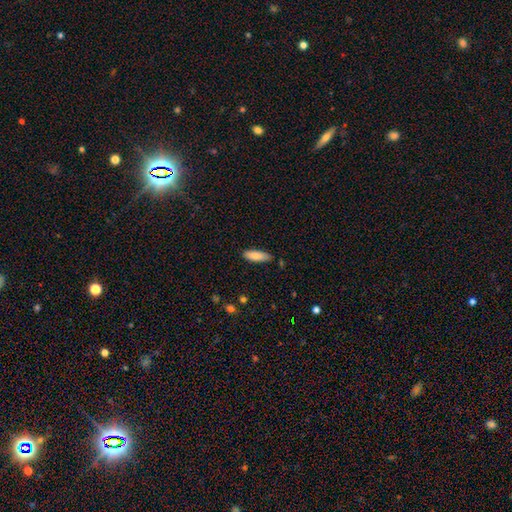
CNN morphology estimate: Overall: smooth (84%). How rounded: in between (51%; cigar-shaped 47%). Merging: none (81%).